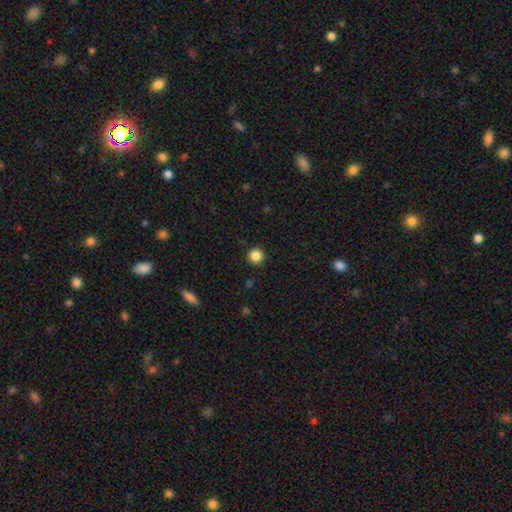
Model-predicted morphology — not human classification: A smooth galaxy with no disk features (86%) that is round (95%).

Vote fractions:
- Smooth or featured? smooth: 86% / star or artifact: 11% / featured or disk: 3%
- How rounded? round: 95% / in between: 4% / cigar-shaped: 1%
- Merging? none: 91% / minor disturbance: 6% / major disturbance: 2% / merger: 1%